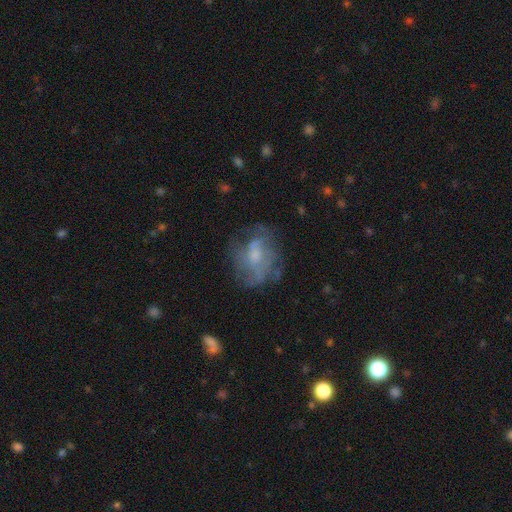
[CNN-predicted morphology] Smooth or featured? Predicted: featured or disk (p=0.53). Edge-on disk? Predicted: no (p=0.97). Bar? Predicted: no (p=0.70). Spiral arms? Predicted: no (p=0.58). Bulge size? Predicted: small (p=0.43). Merging? Predicted: none (p=0.55).